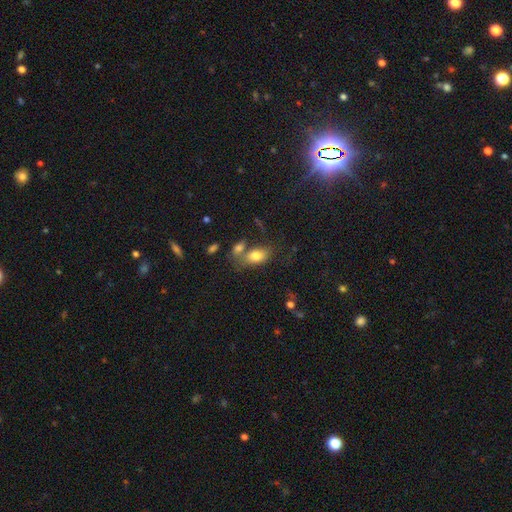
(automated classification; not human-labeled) Overall: smooth (80%). How rounded: in between (89%). Merging: none (48%; merger 30%).